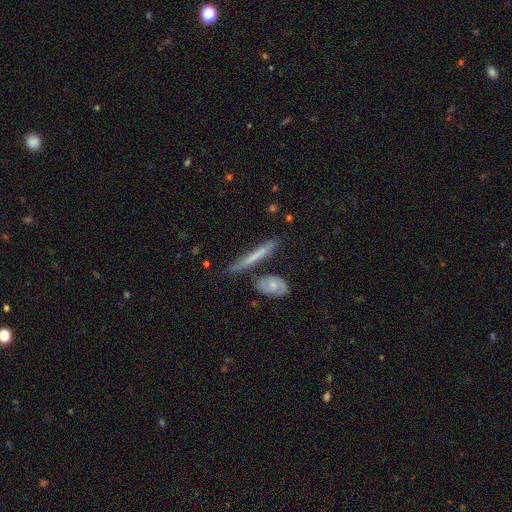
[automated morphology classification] Smooth or featured: smooth — 49% (featured or disk — 44%)
Merging: none — 68% (minor disturbance — 18%)